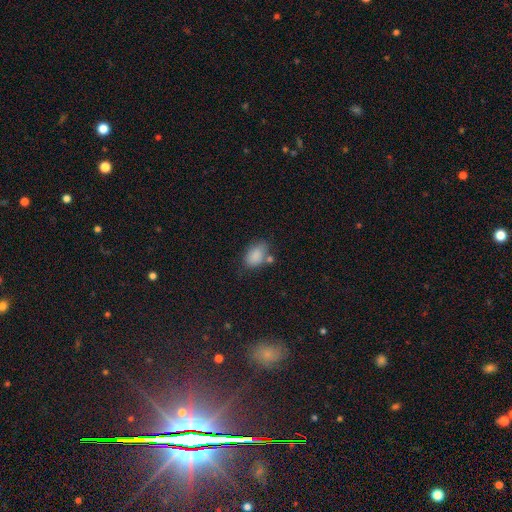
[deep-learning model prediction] Smooth or featured?
  - smooth: 85% *
  - star or artifact: 8%
  - featured or disk: 7%
How rounded?
  - in between: 87% *
  - round: 12%
  - cigar-shaped: 2%
Merging?
  - none: 56% *
  - minor disturbance: 23%
  - merger: 14%
  - major disturbance: 7%